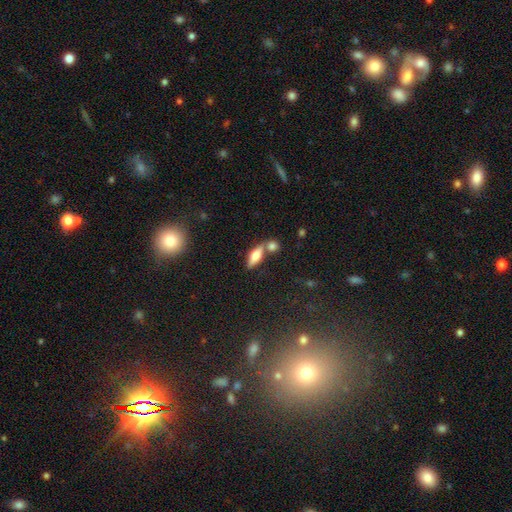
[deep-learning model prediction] Smooth or featured: smooth — 58% (featured or disk — 33%)
How rounded: in between — 55% (cigar-shaped — 41%)
Merging: none — 59% (merger — 26%)